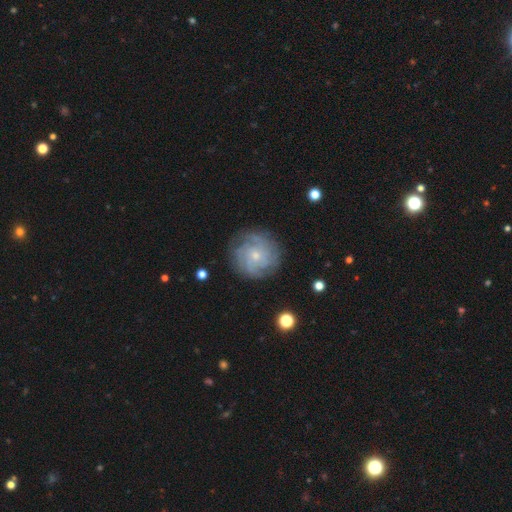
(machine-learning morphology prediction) A featured or disk galaxy (73%) with no bar (77%), tight (63%) spiral arms (91%) and a small central bulge (76%).

Vote fractions:
- Smooth or featured? featured or disk: 73% / smooth: 19% / star or artifact: 8%
- Edge-on disk? no: 98% / yes: 2%
- Bar? no: 77% / weak: 20% / strong: 3%
- Spiral arms? yes: 91% / no: 9%
- Spiral winding? tight: 63% / medium: 28% / loose: 8%
- Spiral arm count? can't tell: 40% / 4: 18% / 3: 16% / 2: 11% / more than 4: 9% / 1: 7%
- Bulge size? small: 76% / moderate: 20% / none: 2% / large: 1% / dominant: 1%
- Merging? none: 81% / minor disturbance: 13% / major disturbance: 5% / merger: 1%